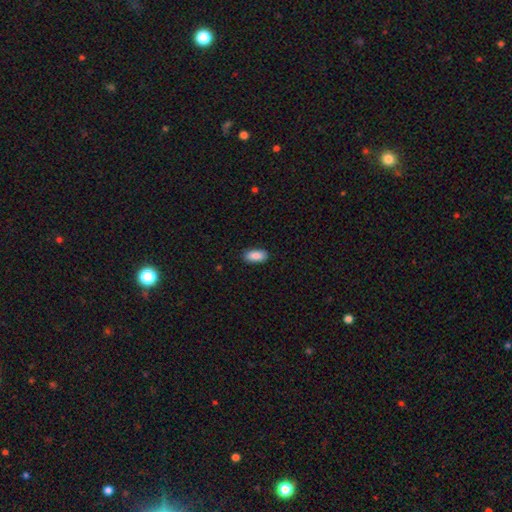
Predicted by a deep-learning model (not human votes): smooth 89%, star or artifact 6%, featured or disk 4%. Down the decision tree: how rounded — in between (91%); merging — none (89%).